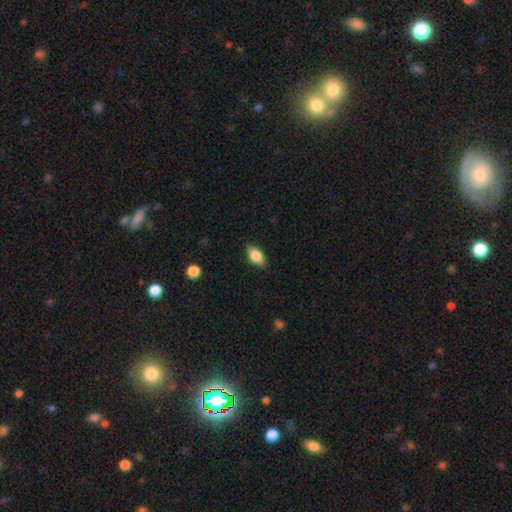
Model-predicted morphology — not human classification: Q: Smooth or featured?
A: smooth (80%); runner-up: featured or disk (13%)
Q: How rounded?
A: in between (89%); runner-up: cigar-shaped (6%)
Q: Merging?
A: none (86%); runner-up: minor disturbance (11%)